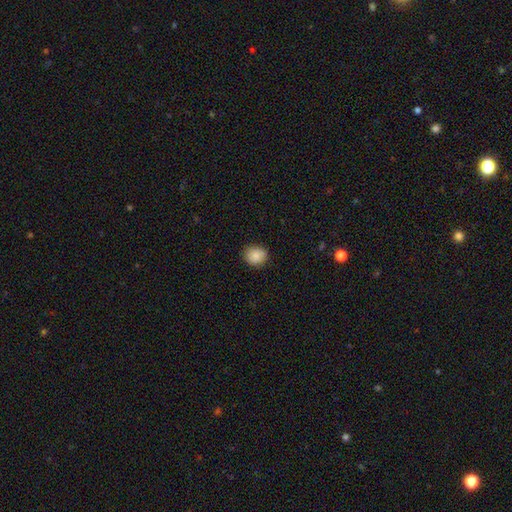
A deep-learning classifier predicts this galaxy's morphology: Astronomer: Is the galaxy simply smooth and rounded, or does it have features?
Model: smooth — 87%.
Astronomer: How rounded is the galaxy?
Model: round — 73%.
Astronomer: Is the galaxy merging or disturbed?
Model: none — 85%.